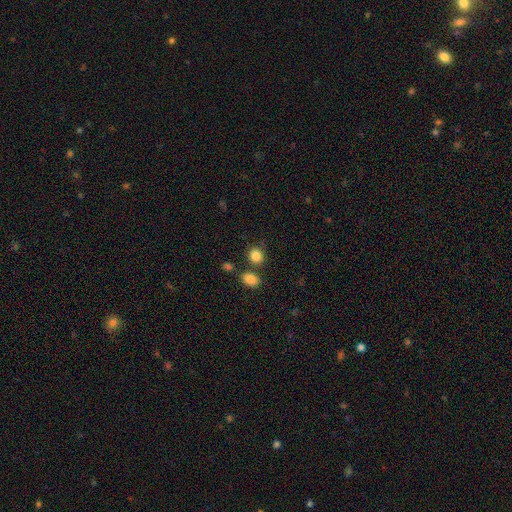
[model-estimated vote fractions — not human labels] smooth_or_featured: smooth (p=0.85) [alt: star or artifact p=0.10]
how_rounded: round (p=0.72) [alt: in between p=0.27]
merging: none (p=0.75) [alt: merger p=0.11]